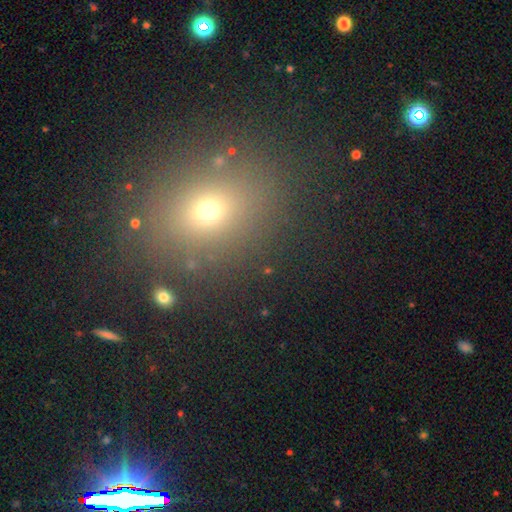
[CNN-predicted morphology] smooth 58%, star or artifact 31%, featured or disk 11%. Down the decision tree: how rounded — round (55%); merging — none (85%).